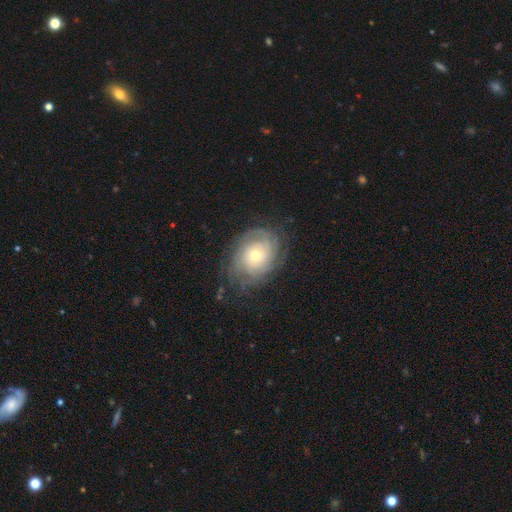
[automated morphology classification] This is likely a featured or disk galaxy (75%). It is clearly not viewed edge-on (96%). Bar: clearly no (83%). Spiral arm pattern: clearly yes (90%). Spiral arm count: possibly can't tell (49%). Spiral winding: likely tight (74%). Central bulge: possibly small (51%). Merging: likely none (73%).